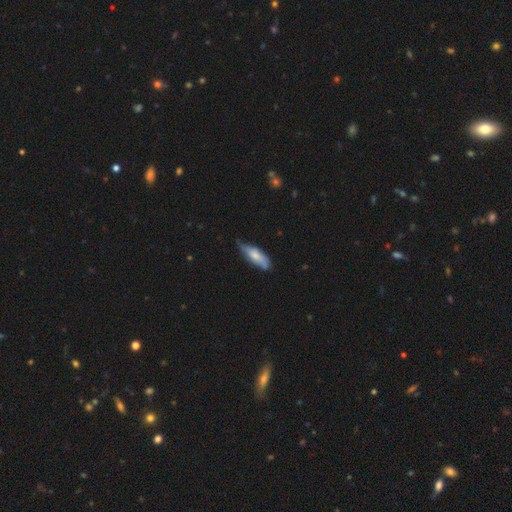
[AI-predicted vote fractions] smooth 63%, featured or disk 31%, star or artifact 6%. Down the decision tree: how rounded — in between (60%); merging — none (52%).